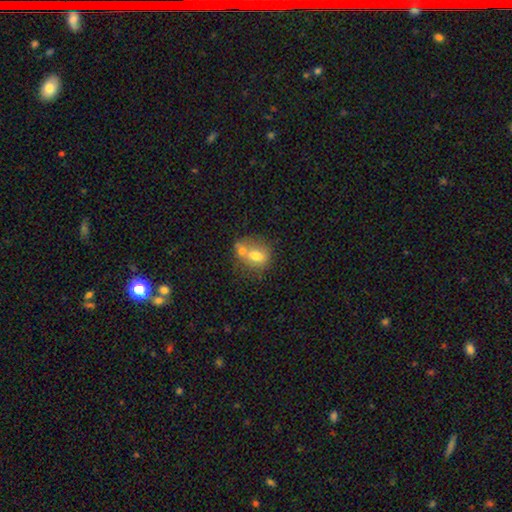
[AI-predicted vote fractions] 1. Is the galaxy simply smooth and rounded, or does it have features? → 67% smooth, 24% featured or disk, 10% star or artifact.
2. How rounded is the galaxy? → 55% round, 43% in between, 1% cigar-shaped.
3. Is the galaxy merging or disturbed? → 47% merger, 34% none, 13% minor disturbance, 6% major disturbance.